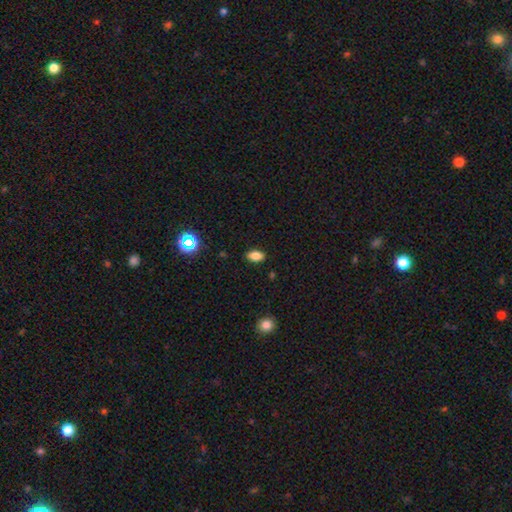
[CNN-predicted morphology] smooth 81%, star or artifact 12%, featured or disk 7%. Down the decision tree: how rounded — in between (89%); merging — none (88%).